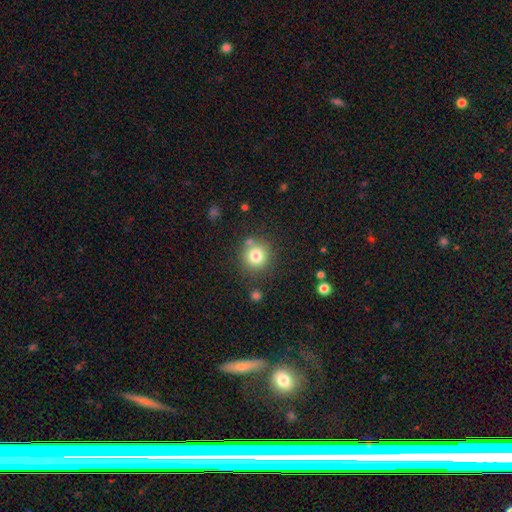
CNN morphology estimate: The model was most divided on "smooth or featured": smooth: 79%, star or artifact: 13%, featured or disk: 9%. More confident: how rounded — round (93%); merging — none (79%).